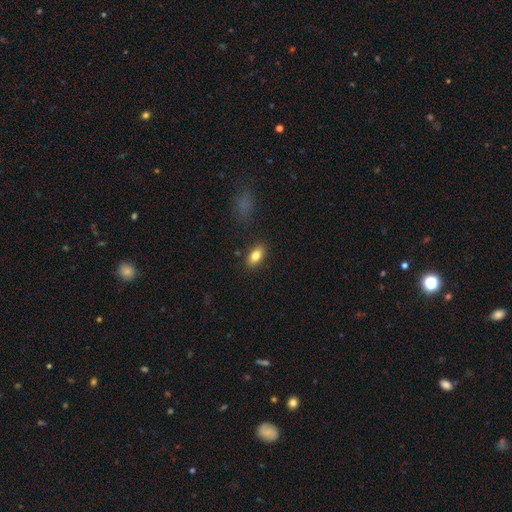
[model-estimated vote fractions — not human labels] This appears to be a smooth galaxy with no disk features (81%) that is in between round and cigar-shaped (89%). Merging: none (87%).